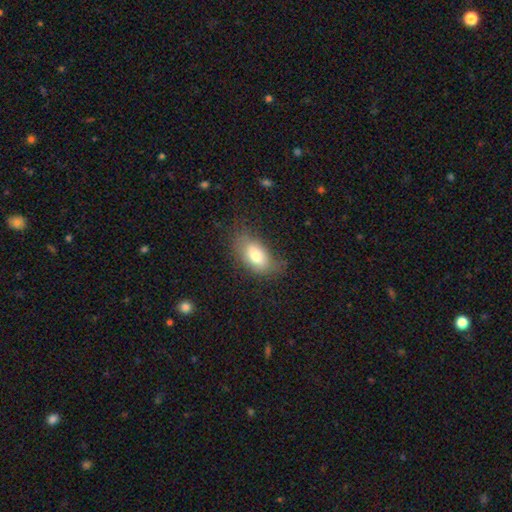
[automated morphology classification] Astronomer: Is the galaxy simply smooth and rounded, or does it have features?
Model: smooth — 74%.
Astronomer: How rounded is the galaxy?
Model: in between — 90%.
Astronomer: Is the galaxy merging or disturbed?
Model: none — 59%.